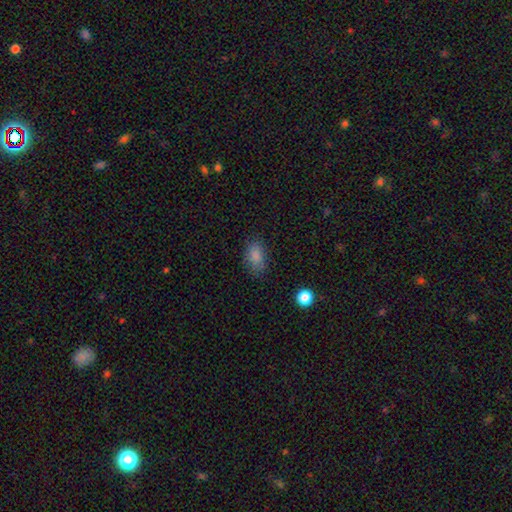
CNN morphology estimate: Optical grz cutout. It shows a smooth galaxy with no disk features (84%) that is in between round and cigar-shaped (88%). Merging: none (76%).